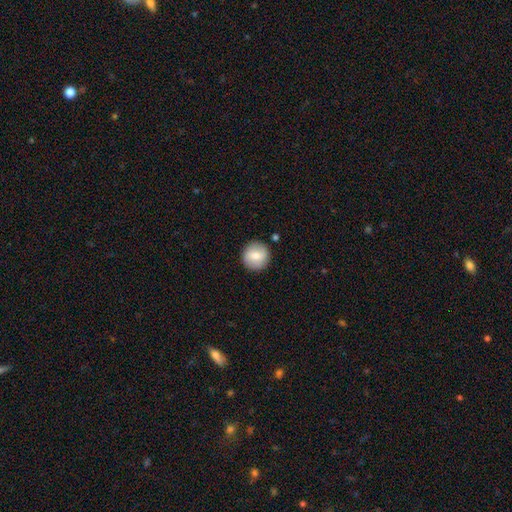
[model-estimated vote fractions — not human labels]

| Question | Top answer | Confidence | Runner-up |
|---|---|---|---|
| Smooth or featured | smooth | 73% | featured or disk (19%) |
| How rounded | round | 95% | in between (4%) |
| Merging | none | 89% | minor disturbance (7%) |